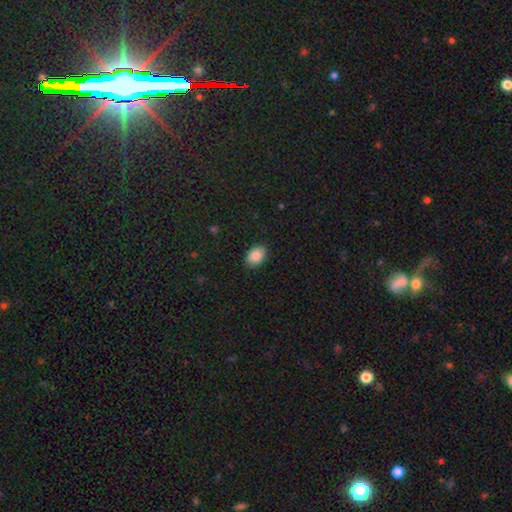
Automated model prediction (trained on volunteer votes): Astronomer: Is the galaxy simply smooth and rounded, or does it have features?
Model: smooth — 86%.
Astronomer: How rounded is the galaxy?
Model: in between — 78%.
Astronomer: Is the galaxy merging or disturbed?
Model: none — 88%.